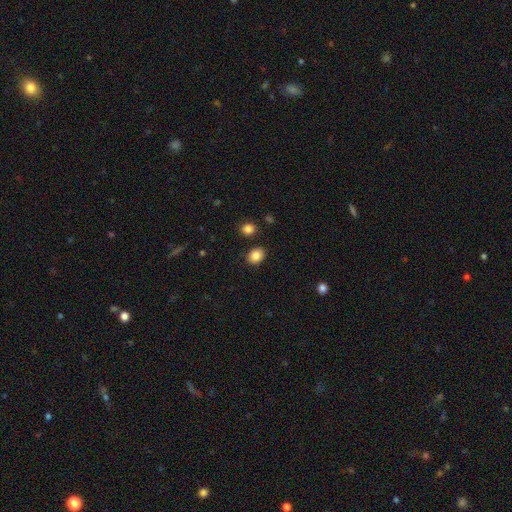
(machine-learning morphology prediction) smooth_or_featured: smooth (p=0.86) [alt: star or artifact p=0.09]
how_rounded: in between (p=0.54) [alt: round p=0.45]
merging: none (p=0.85) [alt: minor disturbance p=0.09]